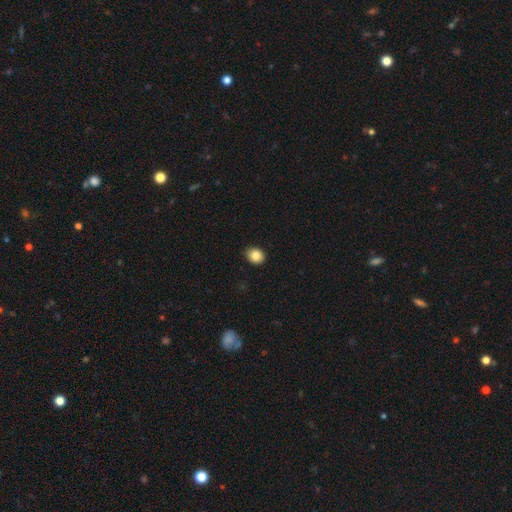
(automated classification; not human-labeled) smooth-or-featured: smooth: 85% | star or artifact: 9% | featured or disk: 6%
  how-rounded: round: 65% | in between: 34% | cigar-shaped: 1%
  merging: none: 88% | minor disturbance: 9% | major disturbance: 2% | merger: 1%